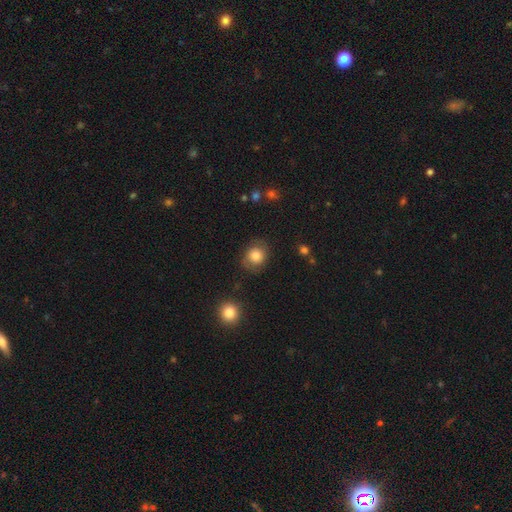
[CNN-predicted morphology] Smooth or featured? smooth (76%)
How rounded? round (72%)
Merging? none (76%)